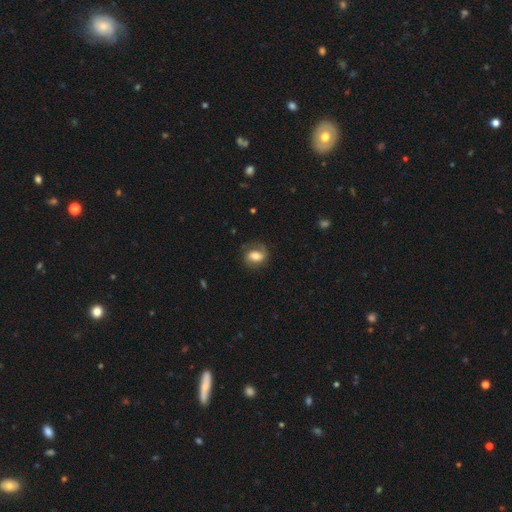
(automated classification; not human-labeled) Smooth or featured? Predicted: smooth (p=0.49). Merging? Predicted: none (p=0.66).